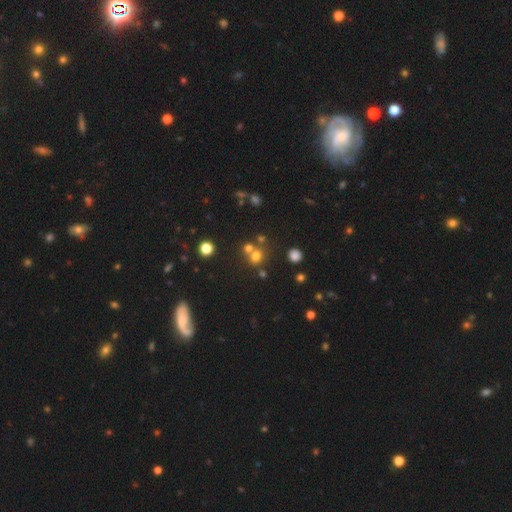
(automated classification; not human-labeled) Morphology: type=smooth (67%); roundness=round (80%); merging=none (53%).